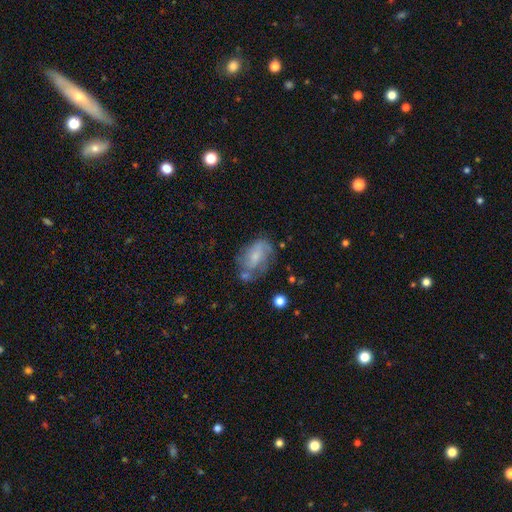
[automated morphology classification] A featured or disk galaxy (52%).

Vote fractions:
- Smooth or featured? featured or disk: 52% / smooth: 40% / star or artifact: 8%
- Edge-on disk? no: 95% / yes: 5%
- Merging? none: 49% / minor disturbance: 26% / major disturbance: 14% / merger: 10%